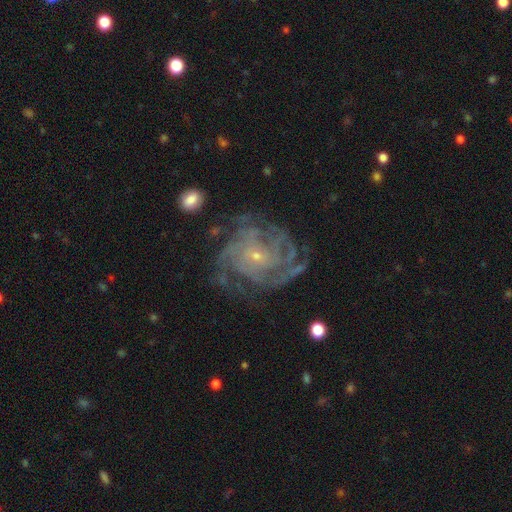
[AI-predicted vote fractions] featured or disk 87%, star or artifact 7%, smooth 6%. Down the decision tree: edge-on disk — no (97%); bar — no (73%); spiral arms — yes (96%); spiral arm count — 4 (27%, tied with can't tell); spiral winding — tight (63%); bulge size — small (85%); merging — none (68%).